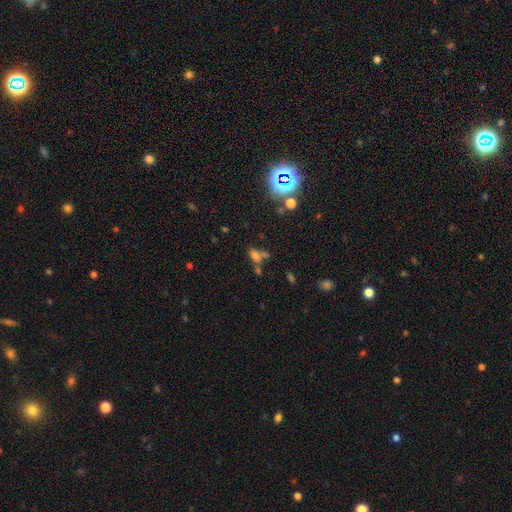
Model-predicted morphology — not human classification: Smooth or featured: smooth — 61% (star or artifact — 26%)
How rounded: in between — 76% (round — 13%)
Merging: none — 44% (merger — 34%)